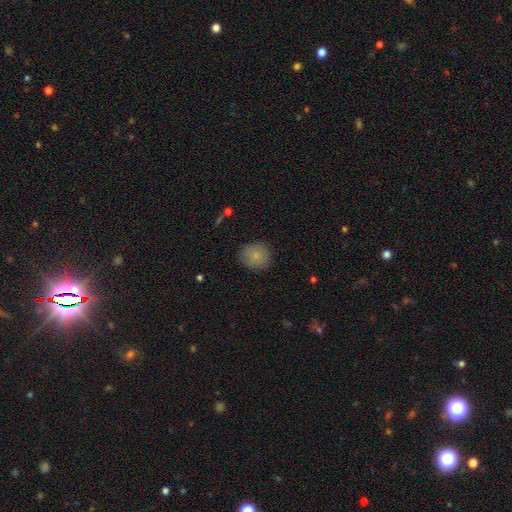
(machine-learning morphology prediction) smooth 83%, featured or disk 9%, star or artifact 8%. Down the decision tree: how rounded — round (79%); merging — none (83%).